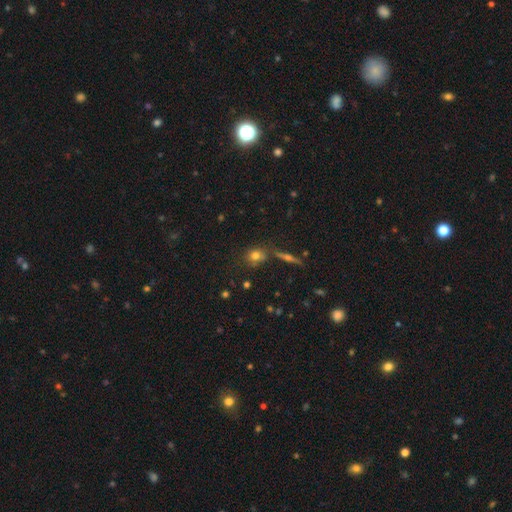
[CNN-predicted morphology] Smooth or featured?
  - smooth: 72% *
  - star or artifact: 15%
  - featured or disk: 14%
How rounded?
  - round: 65% *
  - in between: 31%
  - cigar-shaped: 4%
Merging?
  - none: 71% *
  - minor disturbance: 13%
  - merger: 12%
  - major disturbance: 4%